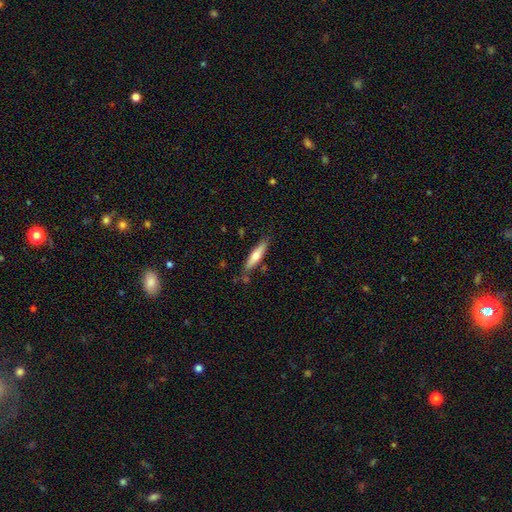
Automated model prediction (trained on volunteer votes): This appears to be a smooth galaxy with no disk features (57%) that is cigar-shaped (79%). Merging: none (80%).